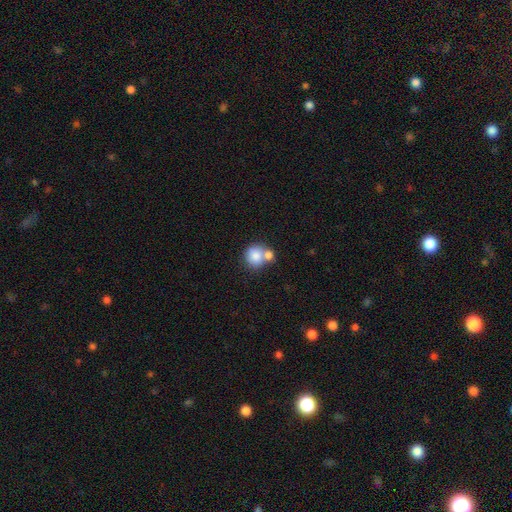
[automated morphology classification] smooth_or_featured: smooth (p=0.82) [alt: featured or disk p=0.10]
how_rounded: round (p=0.84) [alt: in between p=0.15]
merging: merger (p=0.44) [alt: none p=0.42]